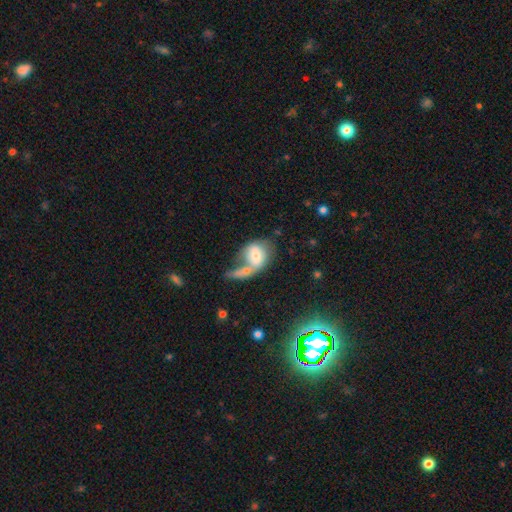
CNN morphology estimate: Smooth or featured? Predicted: smooth (p=0.66). How rounded? Predicted: in between (p=0.53). Merging? Predicted: merger (p=0.58).